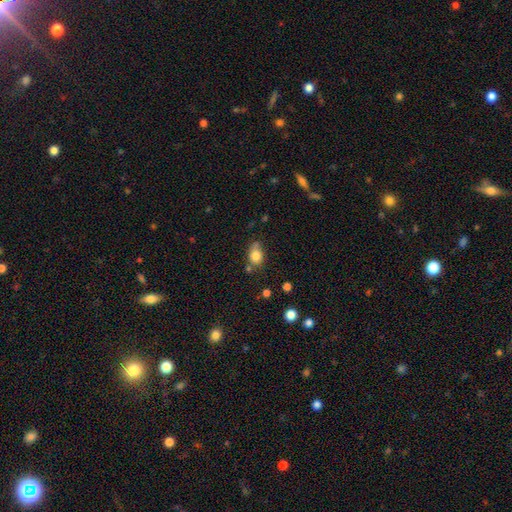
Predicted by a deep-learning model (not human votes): This appears to be a smooth galaxy with no disk features (81%) that is in between round and cigar-shaped (59%). Merging: none (53%).